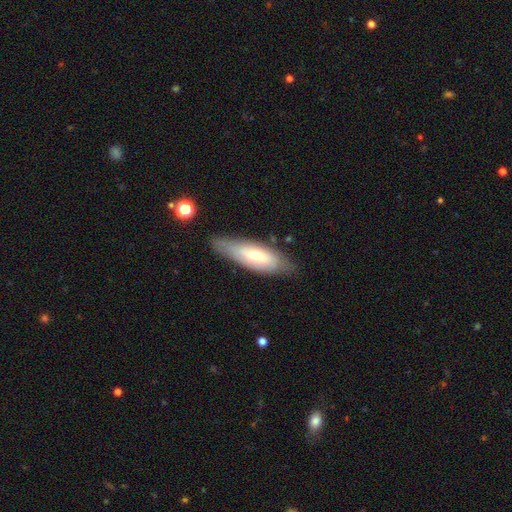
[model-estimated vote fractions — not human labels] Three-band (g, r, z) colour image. It shows a smooth galaxy with no disk features (51%) that is in between round and cigar-shaped (54%). Merging: none (74%).